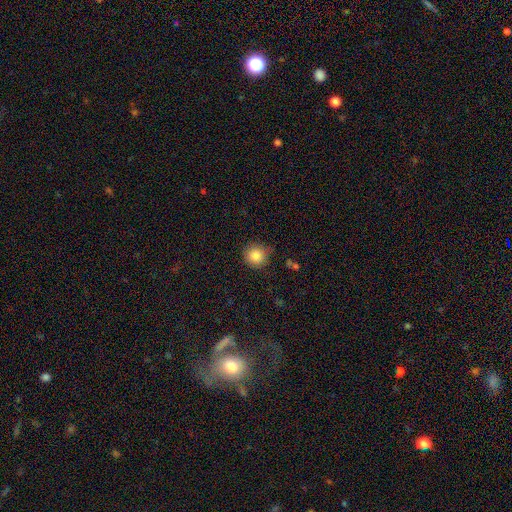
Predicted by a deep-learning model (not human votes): Overall: smooth (85%). How rounded: round (93%). Merging: none (82%).